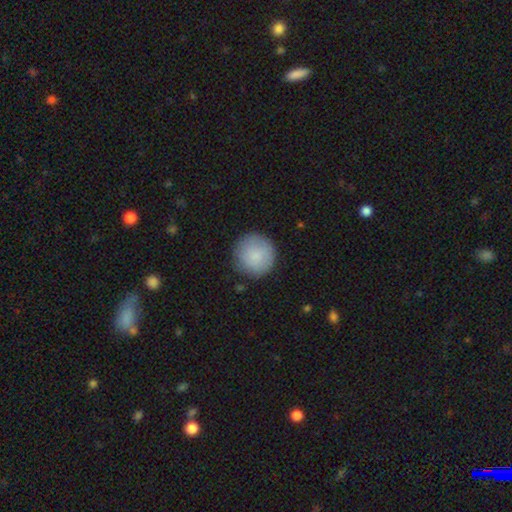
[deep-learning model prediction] Smooth or featured?
  - smooth: 85% *
  - featured or disk: 9%
  - star or artifact: 6%
How rounded?
  - round: 95% *
  - in between: 4%
  - cigar-shaped: 1%
Merging?
  - none: 84% *
  - minor disturbance: 11%
  - major disturbance: 3%
  - merger: 1%